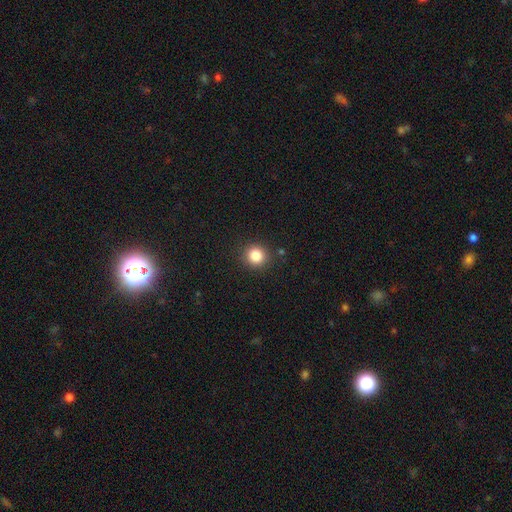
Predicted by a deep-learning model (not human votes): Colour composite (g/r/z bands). It shows a smooth galaxy with no disk features (84%) that is round (91%). Merging: none (89%).